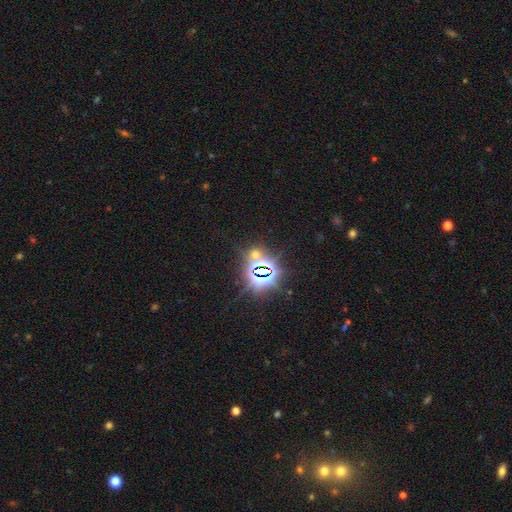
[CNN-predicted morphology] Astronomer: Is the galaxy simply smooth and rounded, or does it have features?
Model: star or artifact — 80%.